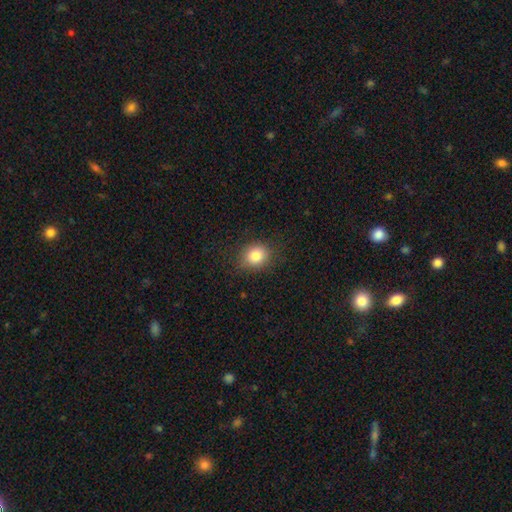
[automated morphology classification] The model was most divided on "how rounded": round: 66%, in between: 33%, cigar-shaped: 1%. More confident: merging — none (84%); smooth or featured — smooth (83%).